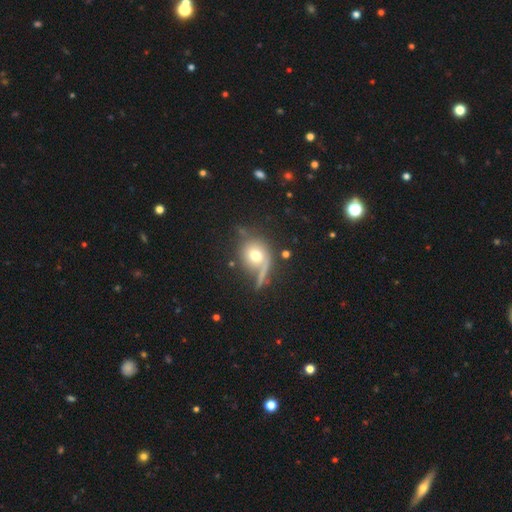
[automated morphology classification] type=smooth (67%); roundness=round (77%); merging=none (51%).